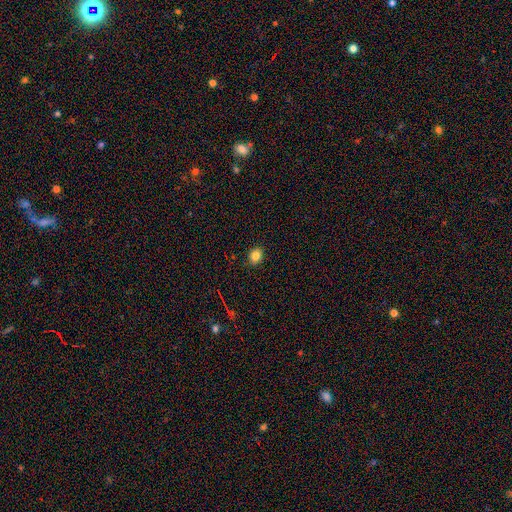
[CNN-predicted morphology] Smooth or featured?
  - smooth: 82% *
  - star or artifact: 12%
  - featured or disk: 6%
How rounded?
  - in between: 50% *
  - round: 49%
  - cigar-shaped: 1%
Merging?
  - none: 89% *
  - minor disturbance: 8%
  - major disturbance: 2%
  - merger: 1%